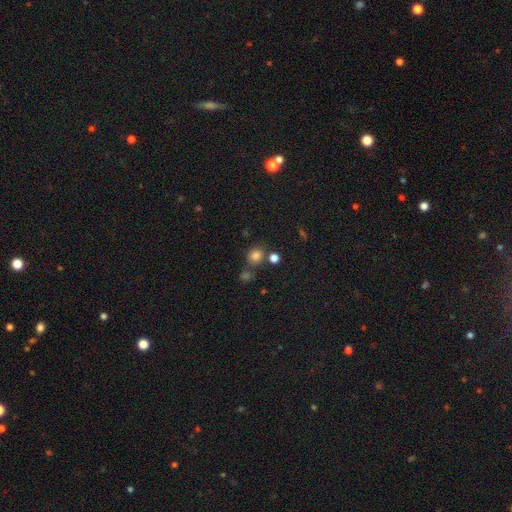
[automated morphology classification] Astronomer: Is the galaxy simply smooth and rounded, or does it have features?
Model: smooth — 80%.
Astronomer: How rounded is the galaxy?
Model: round — 84%.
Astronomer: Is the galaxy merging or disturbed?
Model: none — 69%.